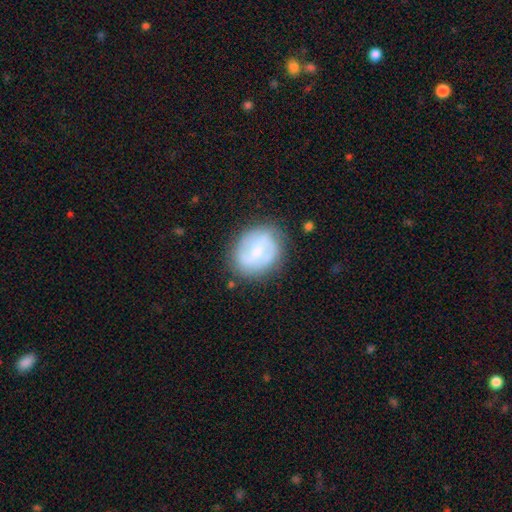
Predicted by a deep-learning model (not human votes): A featured or disk galaxy (59%) with a weak bar (49%), spiral arms (75%) and a small central bulge (57%). Merging: none (73%).